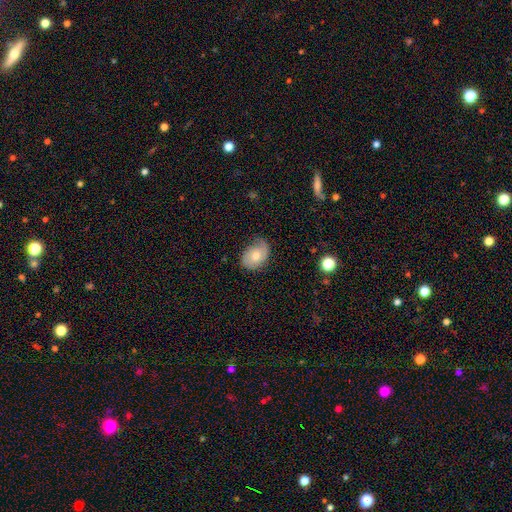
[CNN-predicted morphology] smooth_or_featured: featured or disk (p=0.49) [alt: smooth p=0.43]
merging: none (p=0.61) [alt: minor disturbance p=0.28]